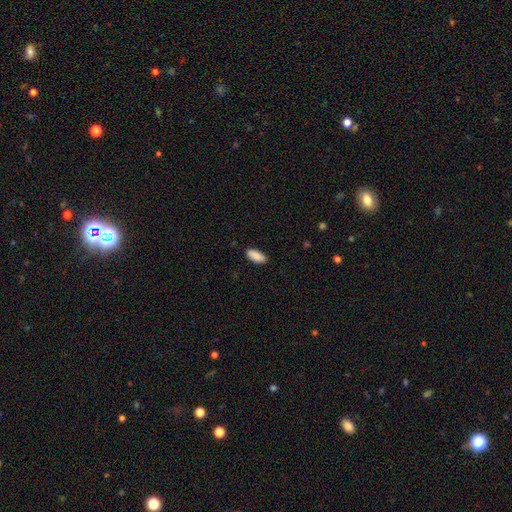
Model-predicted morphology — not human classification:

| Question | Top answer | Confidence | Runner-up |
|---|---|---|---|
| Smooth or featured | smooth | 88% | star or artifact (6%) |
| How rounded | in between | 89% | cigar-shaped (9%) |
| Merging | none | 88% | minor disturbance (9%) |